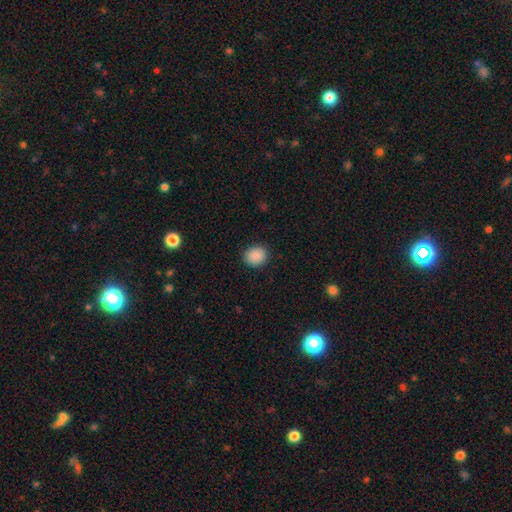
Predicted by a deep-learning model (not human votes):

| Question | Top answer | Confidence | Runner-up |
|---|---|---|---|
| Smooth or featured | smooth | 89% | star or artifact (8%) |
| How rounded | round | 80% | in between (19%) |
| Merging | none | 90% | minor disturbance (7%) |